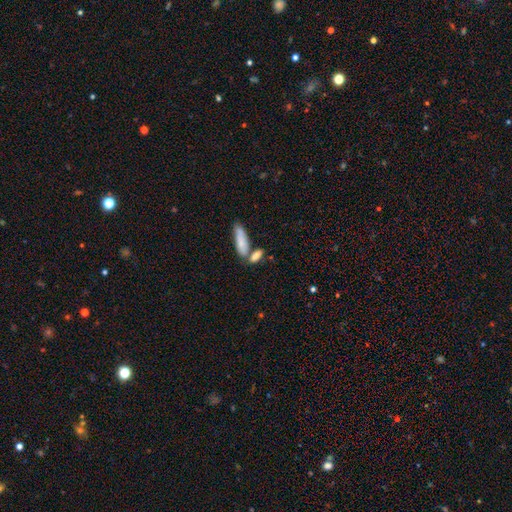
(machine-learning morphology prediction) Smooth or featured: smooth — 76% (featured or disk — 17%)
How rounded: in between — 58% (cigar-shaped — 37%)
Merging: none — 50% (merger — 33%)